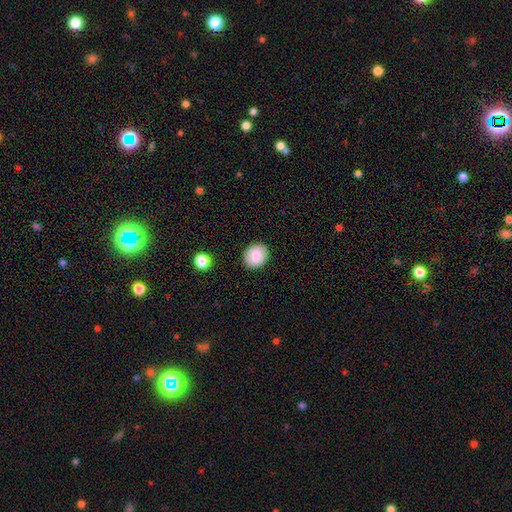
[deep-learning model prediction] A smooth galaxy with no disk features (87%) that is round (65%). Merging: none (88%).